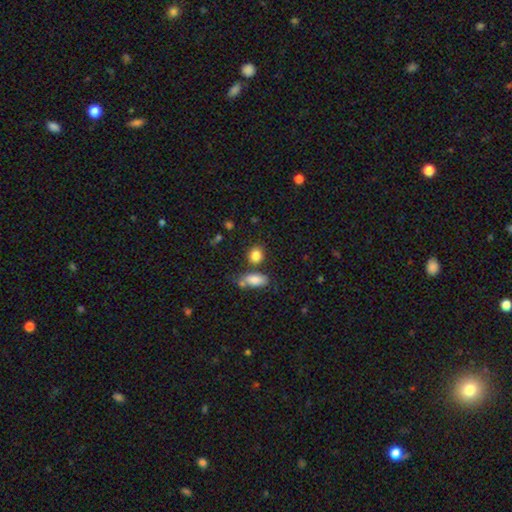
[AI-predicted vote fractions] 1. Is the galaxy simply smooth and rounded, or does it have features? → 85% smooth, 9% star or artifact, 6% featured or disk.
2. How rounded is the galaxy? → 61% round, 36% in between, 2% cigar-shaped.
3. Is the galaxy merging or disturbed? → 70% none, 14% merger, 12% minor disturbance, 4% major disturbance.